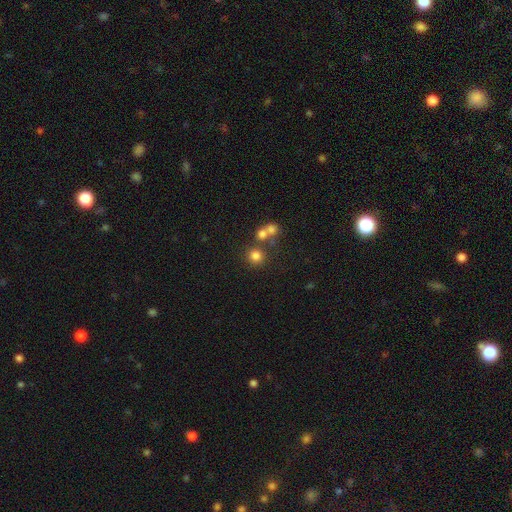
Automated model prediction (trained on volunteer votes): Smooth or featured: smooth — 77% (star or artifact — 15%)
How rounded: round — 91% (in between — 8%)
Merging: none — 67% (merger — 22%)